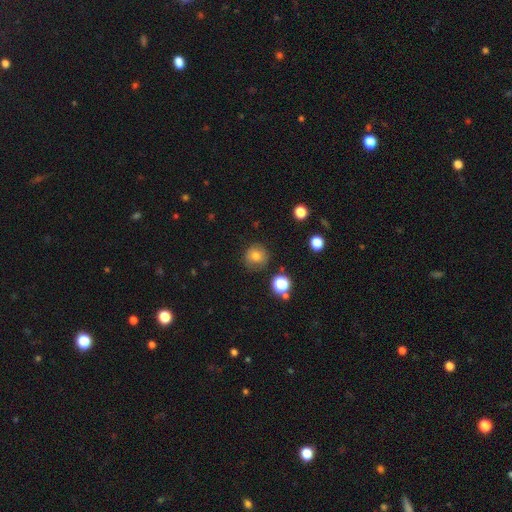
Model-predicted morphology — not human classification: Overall: smooth (77%). How rounded: round (91%). Merging: none (83%).